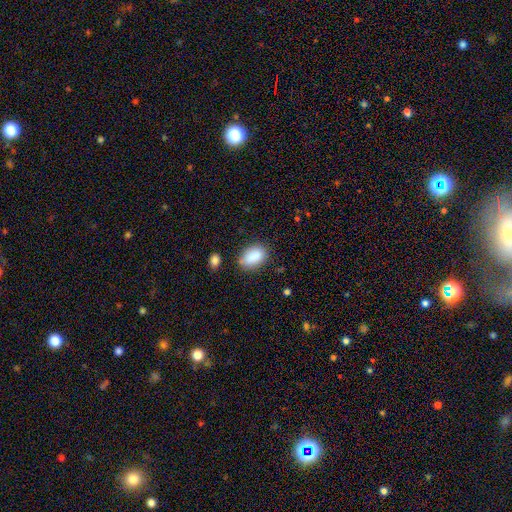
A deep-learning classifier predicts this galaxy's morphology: Smooth or featured? Predicted: smooth (p=0.88). How rounded? Predicted: in between (p=0.87). Merging? Predicted: none (p=0.76).